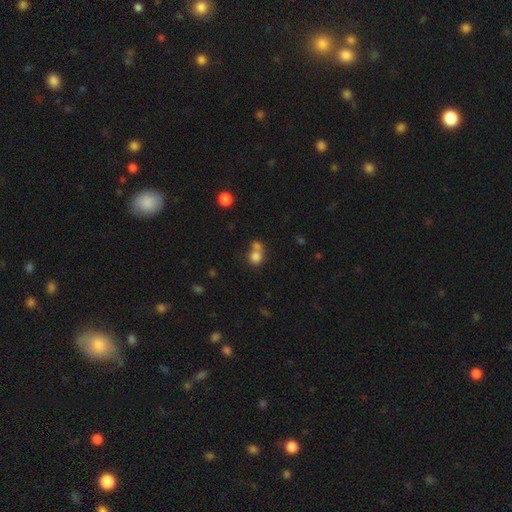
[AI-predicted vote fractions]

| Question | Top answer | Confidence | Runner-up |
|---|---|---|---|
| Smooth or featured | smooth | 79% | star or artifact (12%) |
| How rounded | round | 78% | in between (21%) |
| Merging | merger | 50% | none (38%) |